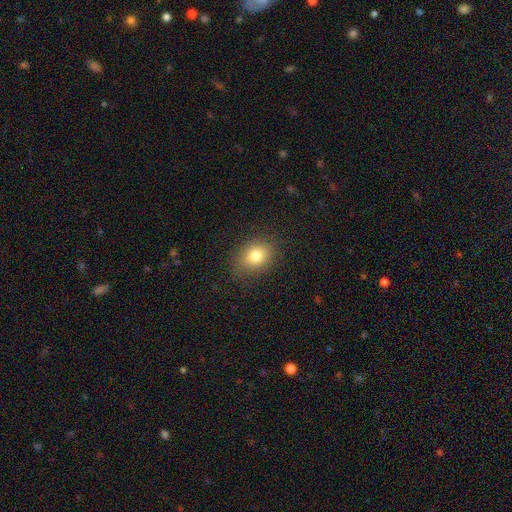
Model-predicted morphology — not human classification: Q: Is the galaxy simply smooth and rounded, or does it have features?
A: smooth — 78%.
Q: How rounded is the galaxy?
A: in between — 53%.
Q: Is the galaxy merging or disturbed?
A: none — 85%.